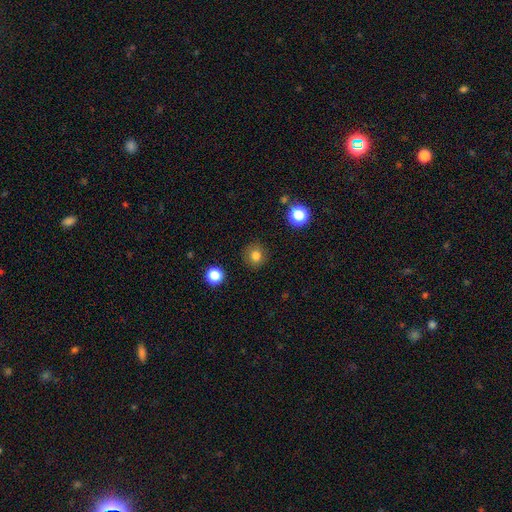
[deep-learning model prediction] smooth_or_featured: smooth (p=0.81) [alt: star or artifact p=0.13]
how_rounded: round (p=0.91) [alt: in between p=0.08]
merging: none (p=0.89) [alt: minor disturbance p=0.08]